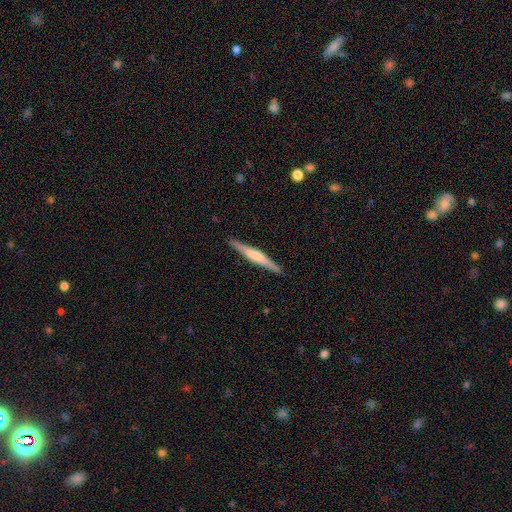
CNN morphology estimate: The model was most divided on "edge-on bulge": rounded: 43%, boxy: 35%, none: 22%. More confident: edge-on disk — yes (98%); merging — none (90%); smooth or featured — featured or disk (59%).